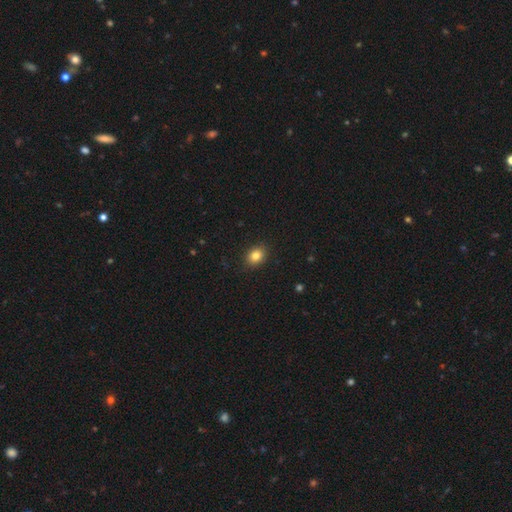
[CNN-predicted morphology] type=smooth (83%); roundness=in between (57%); merging=none (89%).